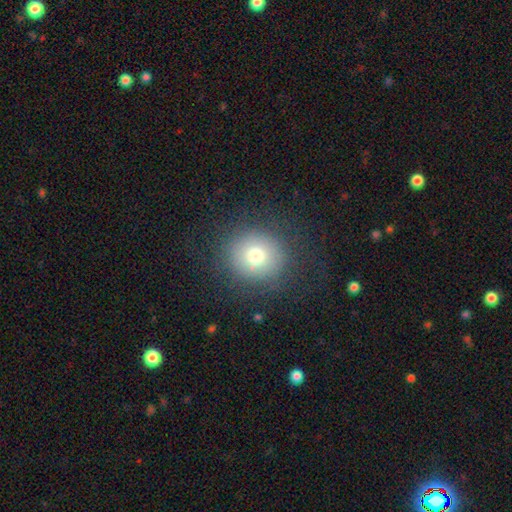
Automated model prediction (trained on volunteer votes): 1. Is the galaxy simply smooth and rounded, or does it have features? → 75% smooth, 13% star or artifact, 12% featured or disk.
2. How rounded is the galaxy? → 88% round, 11% in between, 1% cigar-shaped.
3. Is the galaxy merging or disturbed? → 85% none, 9% minor disturbance, 5% major disturbance, 1% merger.